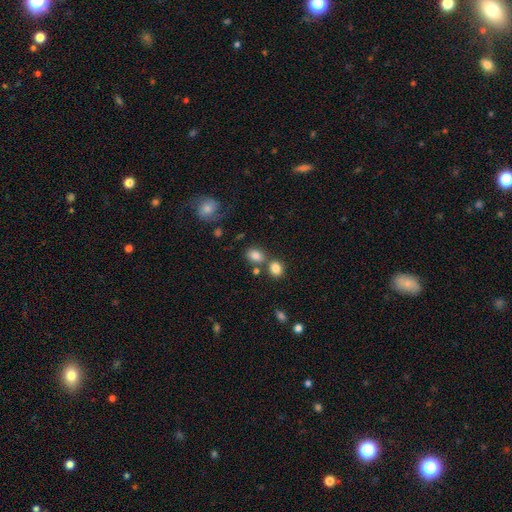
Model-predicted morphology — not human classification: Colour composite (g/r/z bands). It shows a smooth galaxy with no disk features (82%) that is in between round and cigar-shaped (62%). Merging: none (57%).